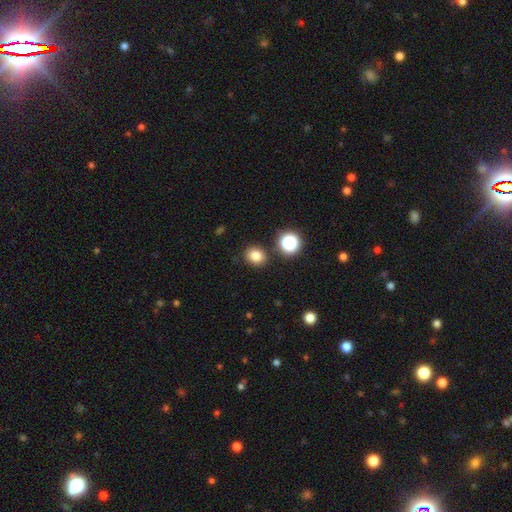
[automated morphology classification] Smooth or featured?
  - smooth: 80% *
  - star or artifact: 14%
  - featured or disk: 6%
How rounded?
  - round: 70% *
  - in between: 29%
  - cigar-shaped: 1%
Merging?
  - none: 85% *
  - minor disturbance: 8%
  - merger: 4%
  - major disturbance: 3%